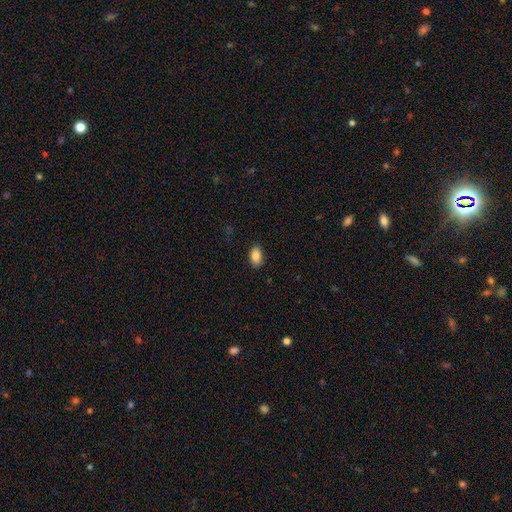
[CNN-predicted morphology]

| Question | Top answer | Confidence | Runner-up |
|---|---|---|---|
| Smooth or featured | smooth | 88% | star or artifact (8%) |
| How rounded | in between | 90% | round (8%) |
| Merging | none | 88% | minor disturbance (9%) |